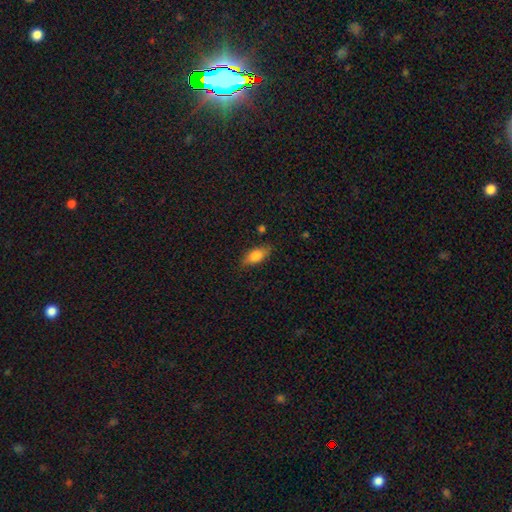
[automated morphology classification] smooth-or-featured: smooth: 76% | featured or disk: 16% | star or artifact: 7%
  how-rounded: in between: 82% | cigar-shaped: 14% | round: 4%
  merging: none: 80% | minor disturbance: 15% | major disturbance: 3% | merger: 2%